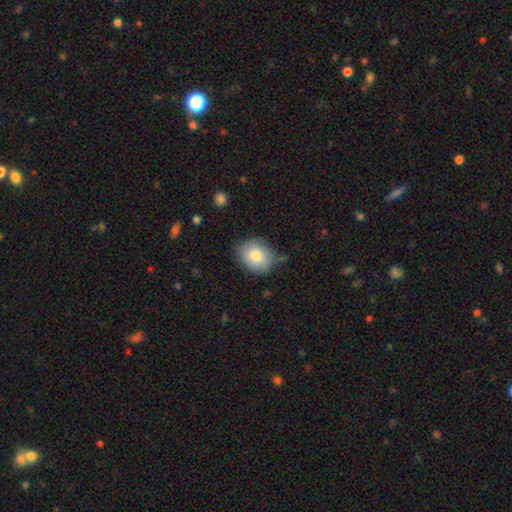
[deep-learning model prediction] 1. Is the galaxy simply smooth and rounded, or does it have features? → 84% smooth, 9% featured or disk, 7% star or artifact.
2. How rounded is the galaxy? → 54% round, 45% in between, 1% cigar-shaped.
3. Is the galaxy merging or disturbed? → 66% none, 24% minor disturbance, 6% major disturbance, 4% merger.